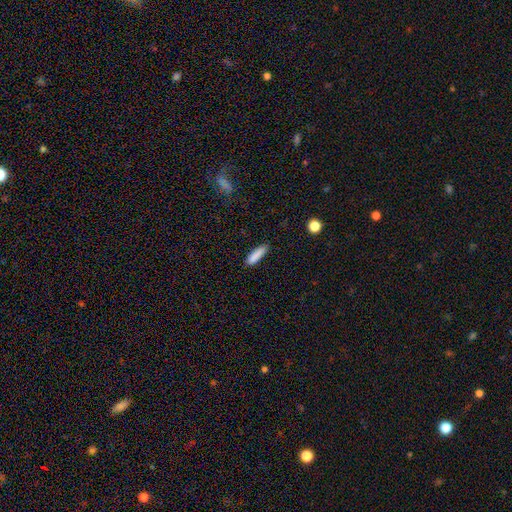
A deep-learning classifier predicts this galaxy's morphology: Smooth or featured? smooth (87%)
How rounded? cigar-shaped (71%)
Merging? none (82%)